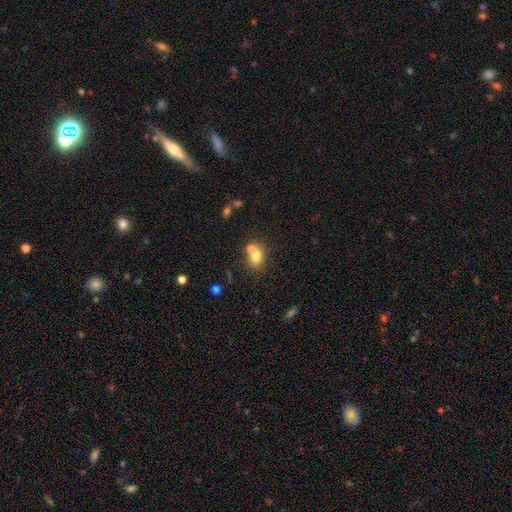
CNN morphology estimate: This is likely a smooth galaxy (73%). How rounded: likely round (60%). Merging: possibly merger (45%).